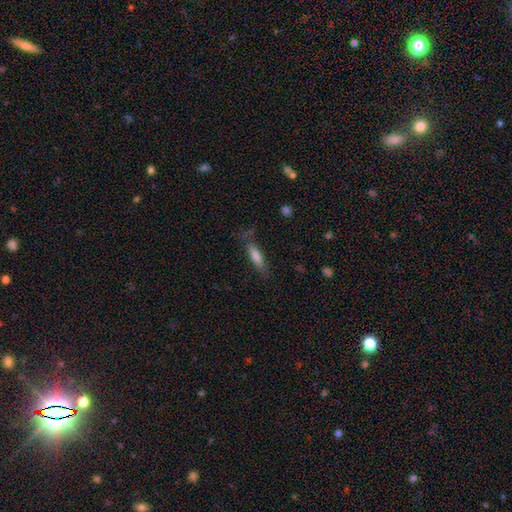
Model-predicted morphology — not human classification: The model was most divided on "how rounded": cigar-shaped: 66%, in between: 32%, round: 2%. More confident: smooth or featured — smooth (73%); merging — none (70%).